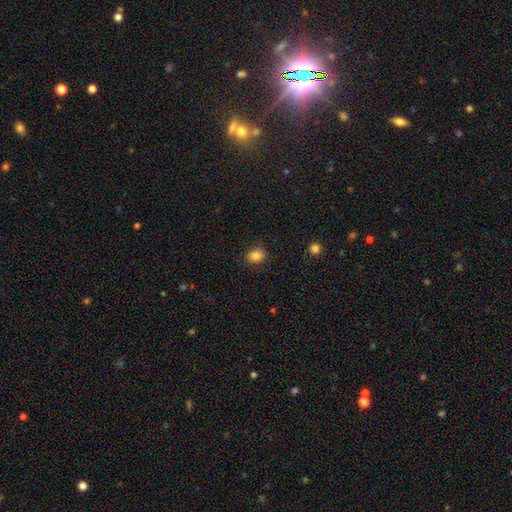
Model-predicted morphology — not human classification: Smooth or featured: smooth — 84% (star or artifact — 10%)
How rounded: round — 53% (in between — 46%)
Merging: none — 85% (minor disturbance — 11%)